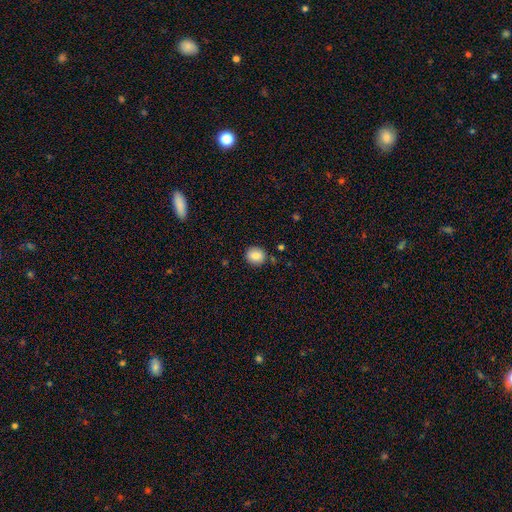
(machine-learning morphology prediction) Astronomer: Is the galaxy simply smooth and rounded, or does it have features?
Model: smooth — 86%.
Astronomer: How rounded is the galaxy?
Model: round — 74%.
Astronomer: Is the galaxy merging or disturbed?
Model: none — 85%.